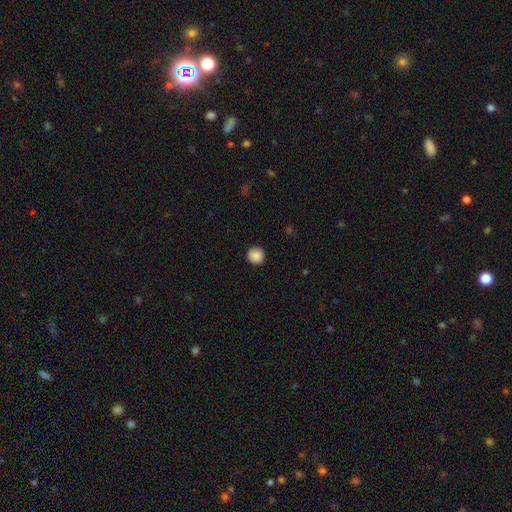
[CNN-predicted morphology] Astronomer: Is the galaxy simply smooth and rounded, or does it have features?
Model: smooth — 88%.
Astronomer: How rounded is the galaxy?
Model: round — 94%.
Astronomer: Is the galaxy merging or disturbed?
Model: none — 90%.